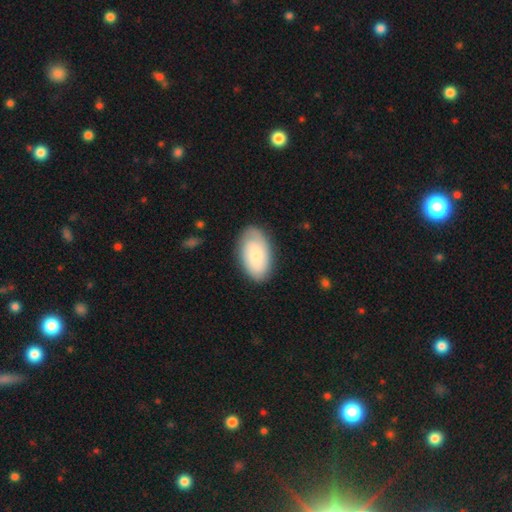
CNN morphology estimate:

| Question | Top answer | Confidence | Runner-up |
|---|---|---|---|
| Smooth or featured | smooth | 61% | featured or disk (32%) |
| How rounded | in between | 94% | round (5%) |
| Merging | none | 81% | minor disturbance (14%) |